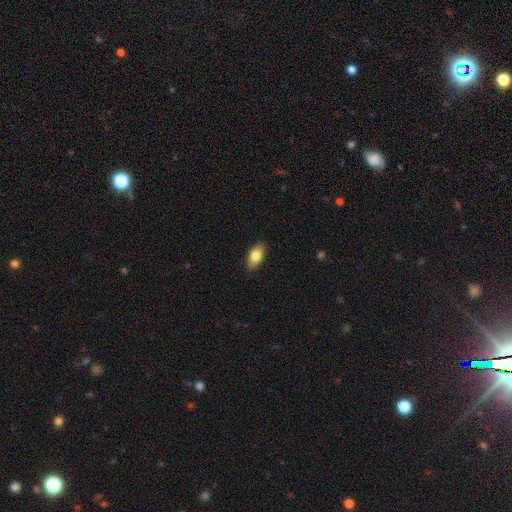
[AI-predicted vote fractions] A smooth galaxy with no disk features (81%) that is in between round and cigar-shaped (91%). Merging: none (88%).